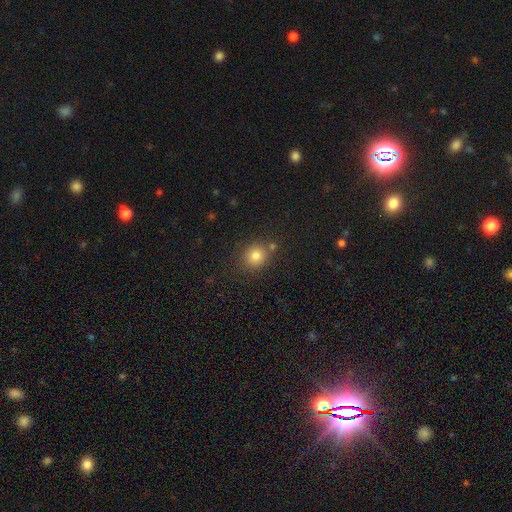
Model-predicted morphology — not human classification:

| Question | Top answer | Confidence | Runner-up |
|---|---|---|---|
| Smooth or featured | smooth | 81% | star or artifact (12%) |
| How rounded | round | 78% | in between (21%) |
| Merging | none | 76% | minor disturbance (11%) |